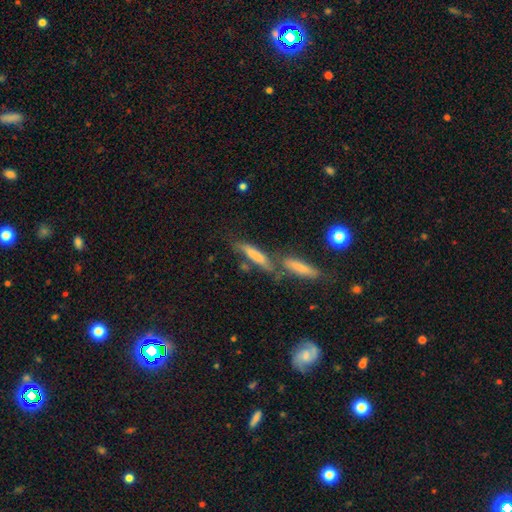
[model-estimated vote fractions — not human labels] A smooth galaxy with no disk features (67%) that is cigar-shaped (79%).

Vote fractions:
- Smooth or featured? smooth: 67% / featured or disk: 24% / star or artifact: 9%
- How rounded? cigar-shaped: 79% / in between: 19% / round: 2%
- Merging? none: 40% (tied) / merger: 40% (tied) / minor disturbance: 13% / major disturbance: 7%